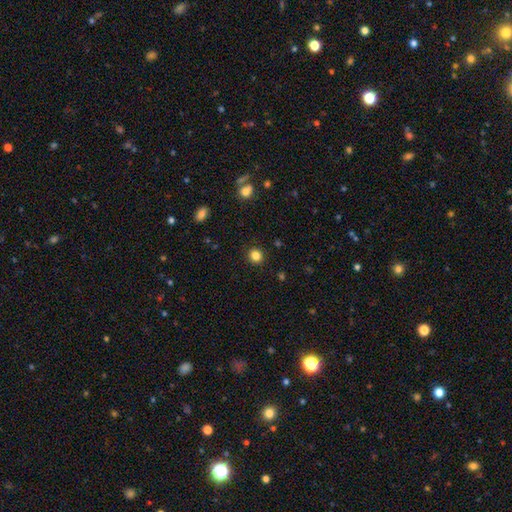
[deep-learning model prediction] Q: Smooth or featured?
A: smooth (84%); runner-up: star or artifact (12%)
Q: How rounded?
A: round (87%); runner-up: in between (12%)
Q: Merging?
A: none (91%); runner-up: minor disturbance (5%)